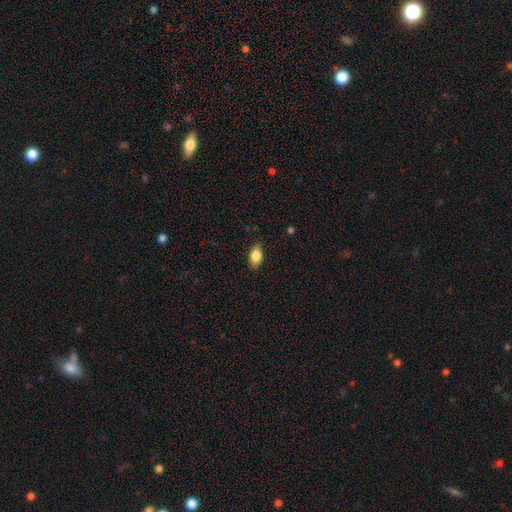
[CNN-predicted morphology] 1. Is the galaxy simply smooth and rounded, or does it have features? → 83% smooth, 10% featured or disk, 7% star or artifact.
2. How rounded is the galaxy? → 89% in between, 6% round, 5% cigar-shaped.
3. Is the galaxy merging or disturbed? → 85% none, 12% minor disturbance, 2% major disturbance, 1% merger.